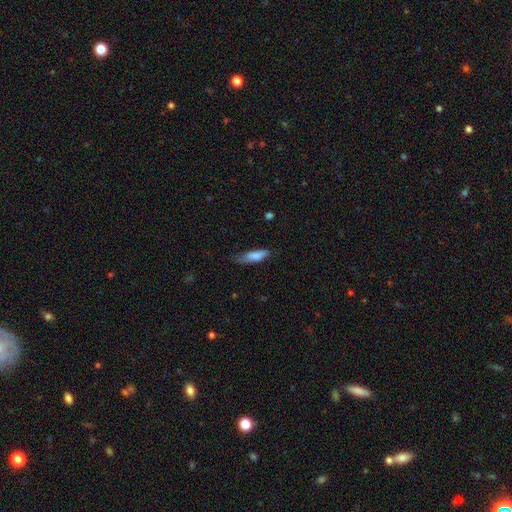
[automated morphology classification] smooth 80%, featured or disk 13%, star or artifact 6%. Down the decision tree: how rounded — cigar-shaped (59%); merging — none (58%).